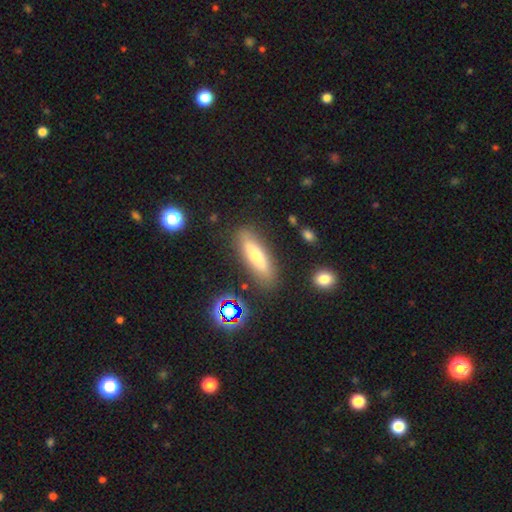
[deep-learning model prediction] This appears to be a smooth galaxy with no disk features (56%) that is cigar-shaped (64%). Merging: none (83%).